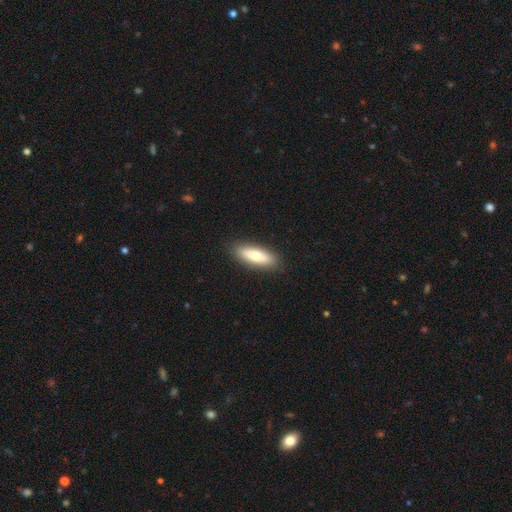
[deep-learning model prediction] Smooth or featured? Predicted: smooth (p=0.73). How rounded? Predicted: in between (p=0.58). Merging? Predicted: none (p=0.89).